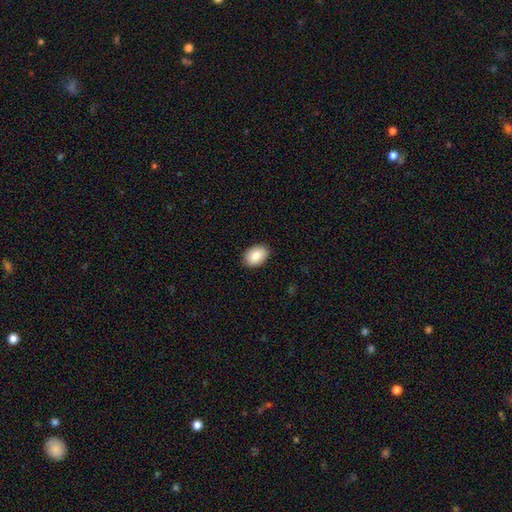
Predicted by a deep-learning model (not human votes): This appears to be a smooth galaxy with no disk features (86%) that is in between round and cigar-shaped (84%). Merging: none (90%).